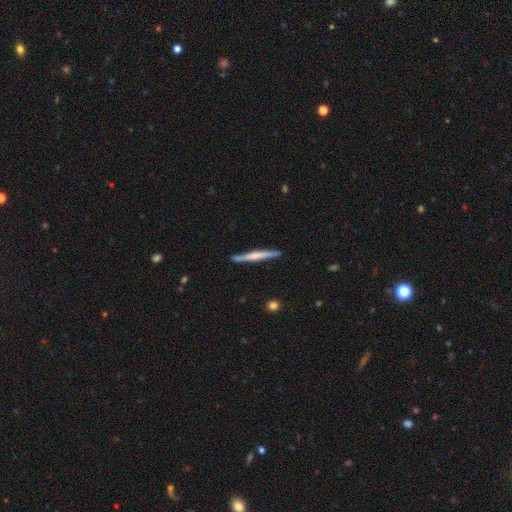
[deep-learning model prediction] This is possibly a featured or disk galaxy (49%). Merging: clearly none (88%).